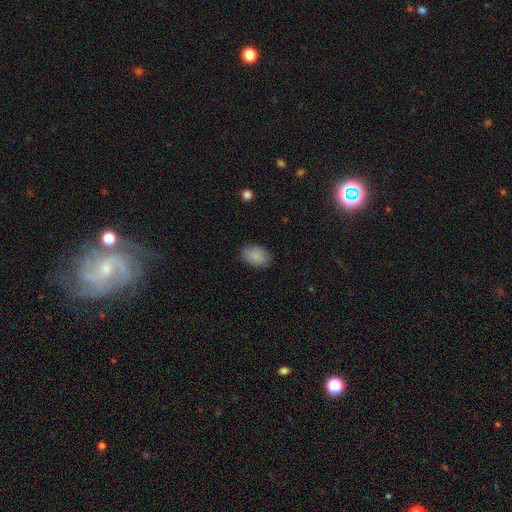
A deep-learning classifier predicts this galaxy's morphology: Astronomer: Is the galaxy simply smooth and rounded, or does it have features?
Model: smooth — 88%.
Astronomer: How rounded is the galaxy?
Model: in between — 86%.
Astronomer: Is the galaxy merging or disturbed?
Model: none — 84%.